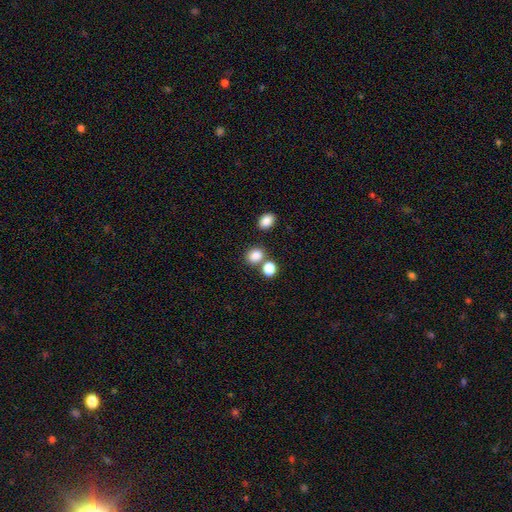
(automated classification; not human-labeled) This appears to be a smooth galaxy with no disk features (84%) that is round (57%). Merging: none (65%).